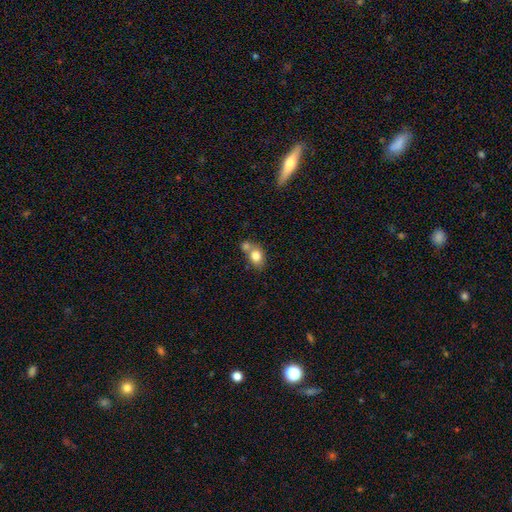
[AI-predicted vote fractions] Smooth or featured?
  - smooth: 79% *
  - featured or disk: 12%
  - star or artifact: 9%
How rounded?
  - round: 50% *
  - in between: 49%
  - cigar-shaped: 1%
Merging?
  - merger: 47% *
  - none: 39%
  - minor disturbance: 10%
  - major disturbance: 4%